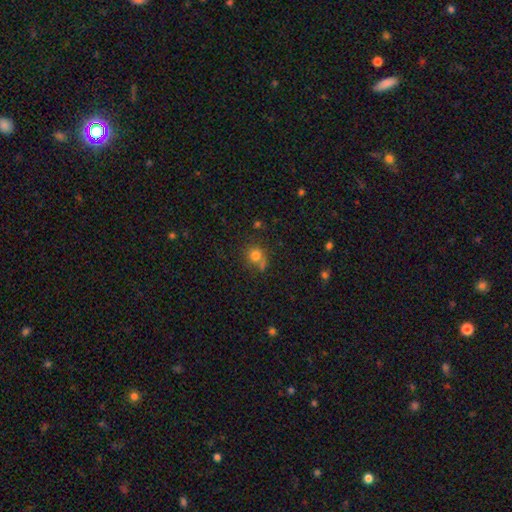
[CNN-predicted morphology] The model was most divided on "merging": none: 61%, merger: 17%, minor disturbance: 15%, major disturbance: 7%. More confident: how rounded — round (86%); smooth or featured — smooth (76%).